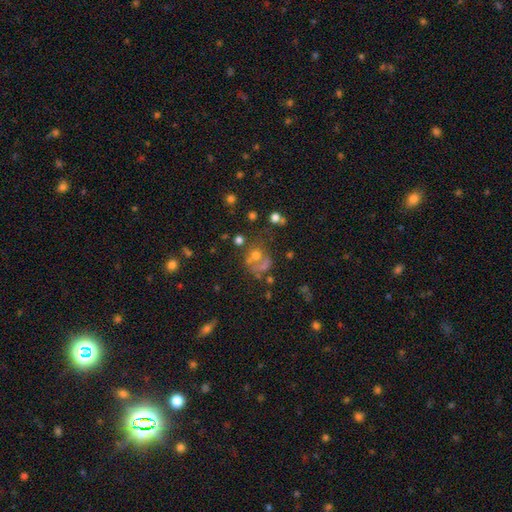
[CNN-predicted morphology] Smooth or featured? smooth (41%)
Merging? none (37%)